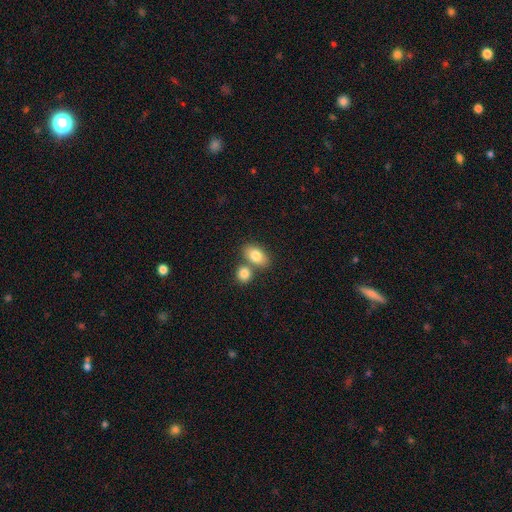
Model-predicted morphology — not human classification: A smooth galaxy with no disk features (81%) that is in between round and cigar-shaped (84%). Merging: none (52%).